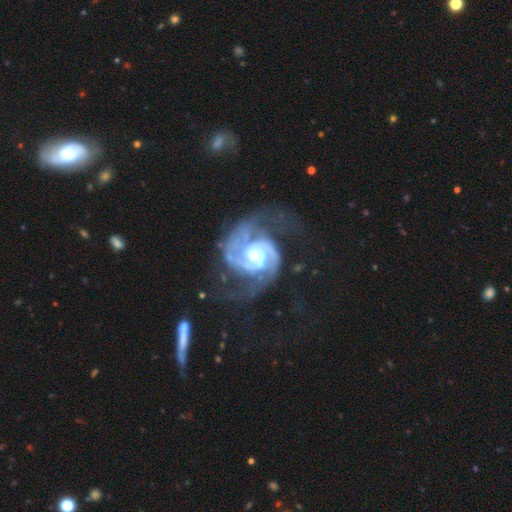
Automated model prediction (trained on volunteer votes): The model was most divided on "spiral winding": tight: 45%, medium: 44%, loose: 11%. More confident: edge-on disk — no (98%); spiral arms — yes (98%); smooth or featured — featured or disk (92%); spiral arm count — 2 (70%); bar — no (59%); bulge size — moderate (59%); merging — none (52%).